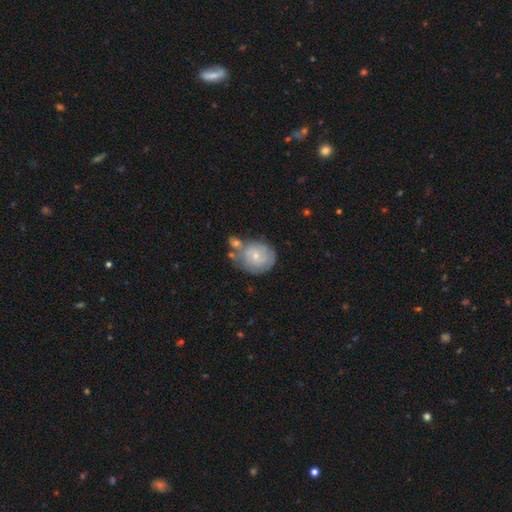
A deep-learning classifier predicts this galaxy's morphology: Smooth or featured? Predicted: smooth (p=0.55). How rounded? Predicted: round (p=0.69). Merging? Predicted: none (p=0.42).